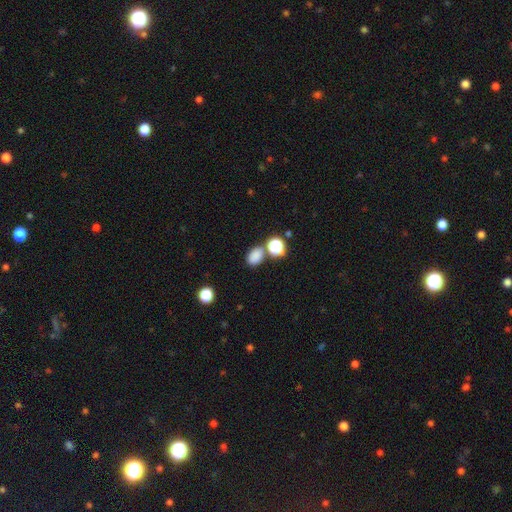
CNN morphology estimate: Overall: smooth (80%). How rounded: in between (73%). Merging: none (70%).